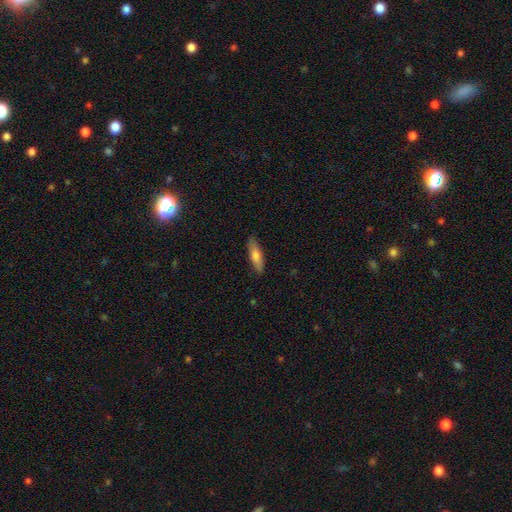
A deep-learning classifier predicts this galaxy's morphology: This appears to be a smooth galaxy with no disk features (69%) that is cigar-shaped (61%). Merging: none (88%).